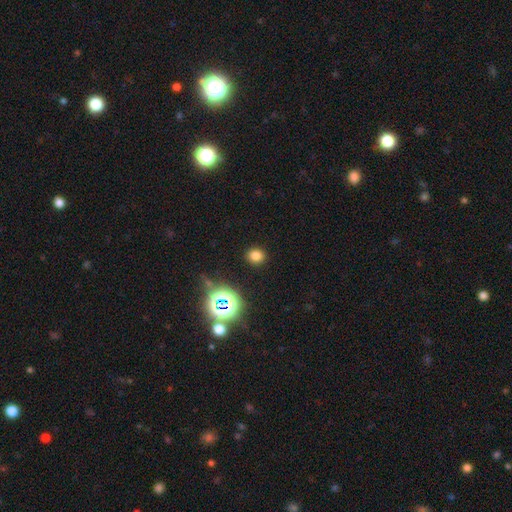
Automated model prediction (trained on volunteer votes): smooth_or_featured: smooth (p=0.74) [alt: star or artifact p=0.20]
how_rounded: round (p=0.79) [alt: in between p=0.20]
merging: none (p=0.89) [alt: minor disturbance p=0.07]